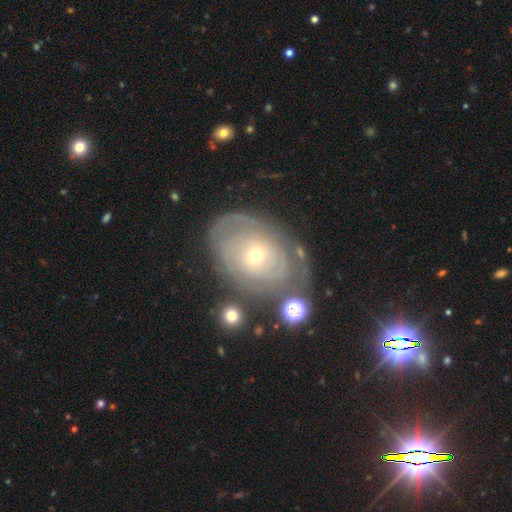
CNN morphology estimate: Smooth or featured? Predicted: featured or disk (p=0.72). Edge-on disk? Predicted: no (p=0.95). Bar? Predicted: no (p=0.83). Spiral arms? Predicted: yes (p=0.72). Bulge size? Predicted: small (p=0.58). Merging? Predicted: none (p=0.67).